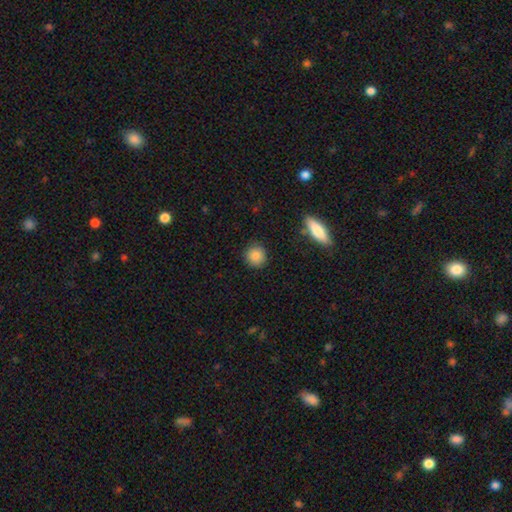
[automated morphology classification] Q: Smooth or featured?
A: smooth (86%); runner-up: star or artifact (9%)
Q: How rounded?
A: round (91%); runner-up: in between (7%)
Q: Merging?
A: none (89%); runner-up: minor disturbance (7%)